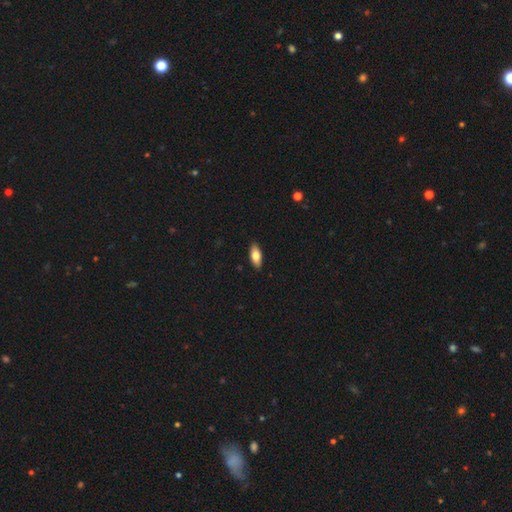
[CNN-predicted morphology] type=smooth (77%); roundness=in between (82%); merging=none (89%).